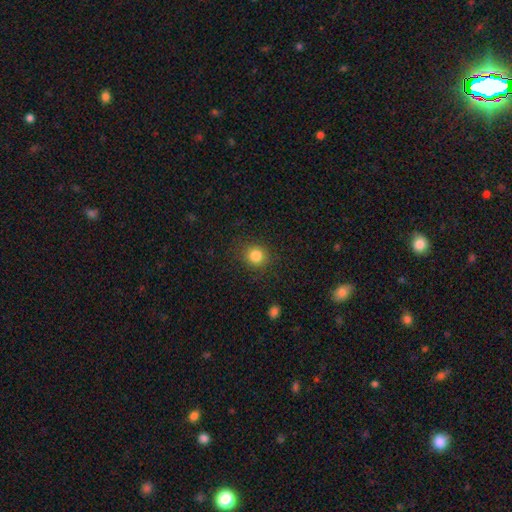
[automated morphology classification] A smooth galaxy with no disk features (84%) that is round (87%).

Vote fractions:
- Smooth or featured? smooth: 84% / star or artifact: 11% / featured or disk: 5%
- How rounded? round: 87% / in between: 12% / cigar-shaped: 1%
- Merging? none: 87% / minor disturbance: 8% / major disturbance: 3% / merger: 1%